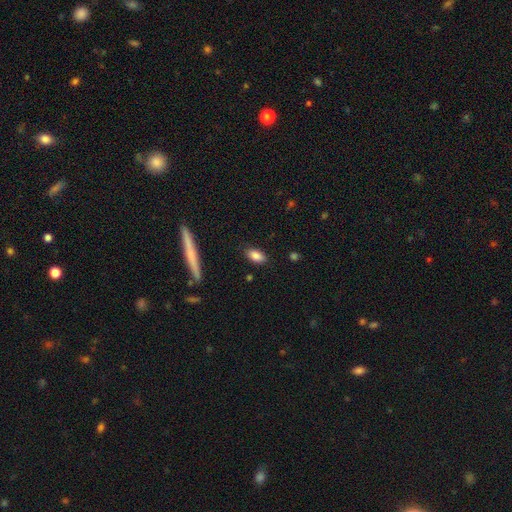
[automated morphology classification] This is clearly a smooth galaxy (85%). How rounded: clearly in between (88%). Merging: clearly none (86%).